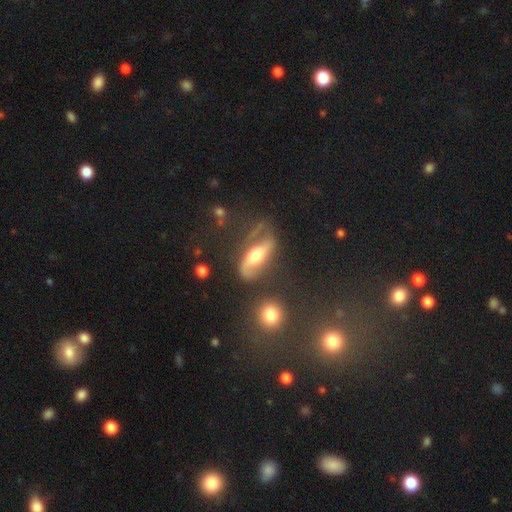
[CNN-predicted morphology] A featured or disk galaxy (68%) with no bar (40%), spiral arms (81%) and a moderate central bulge (56%).

Vote fractions:
- Smooth or featured? featured or disk: 68% / smooth: 24% / star or artifact: 8%
- Edge-on disk? no: 80% / yes: 20%
- Bar? no: 40% / strong: 30% / weak: 30%
- Spiral arms? yes: 81% / no: 19%
- Bulge size? moderate: 56% / large: 28% / small: 11% / dominant: 3% / none: 2%
- Merging? none: 50% / minor disturbance: 22% / major disturbance: 21% / merger: 8%